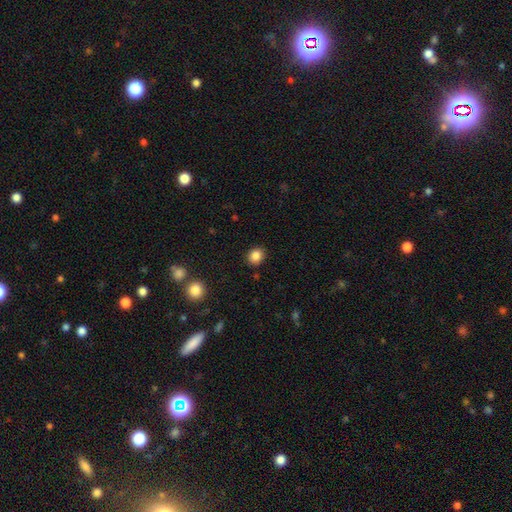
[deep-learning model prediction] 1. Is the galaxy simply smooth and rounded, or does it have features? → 85% smooth, 10% star or artifact, 5% featured or disk.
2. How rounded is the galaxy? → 70% round, 29% in between, 1% cigar-shaped.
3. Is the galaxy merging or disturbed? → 89% none, 7% minor disturbance, 2% major disturbance, 1% merger.